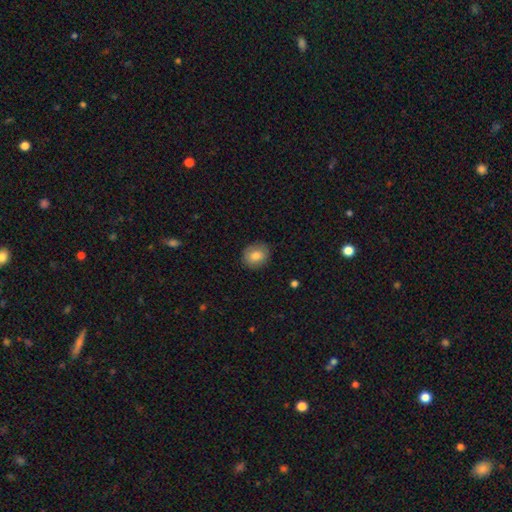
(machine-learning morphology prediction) Overall: smooth (81%). How rounded: round (72%). Merging: none (87%).